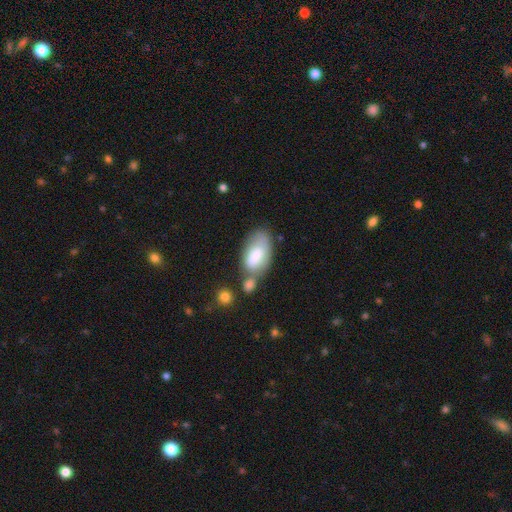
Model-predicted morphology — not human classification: smooth-or-featured: smooth: 71% | featured or disk: 22% | star or artifact: 7%
  how-rounded: in between: 93% | round: 4% | cigar-shaped: 3%
  merging: none: 38% | merger: 31% | minor disturbance: 22% | major disturbance: 9%